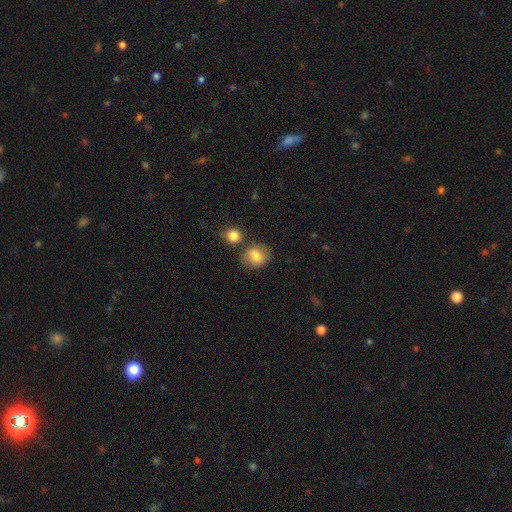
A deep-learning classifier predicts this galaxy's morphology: Overall: smooth (79%). How rounded: round (69%; in between 30%). Merging: none (67%).